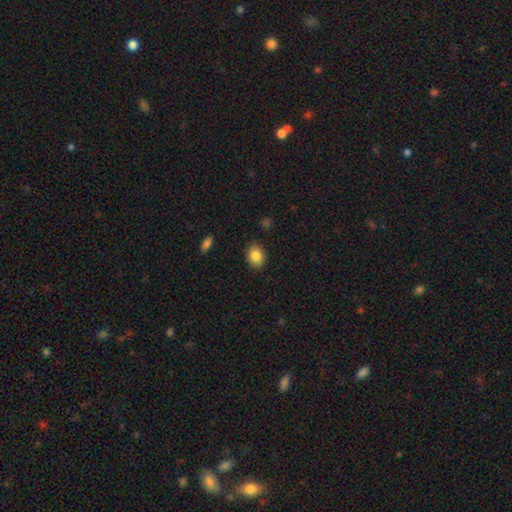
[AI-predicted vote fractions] smooth-or-featured: smooth: 85% | star or artifact: 8% | featured or disk: 6%
  how-rounded: in between: 67% | round: 32% | cigar-shaped: 1%
  merging: none: 87% | minor disturbance: 10% | major disturbance: 2% | merger: 1%